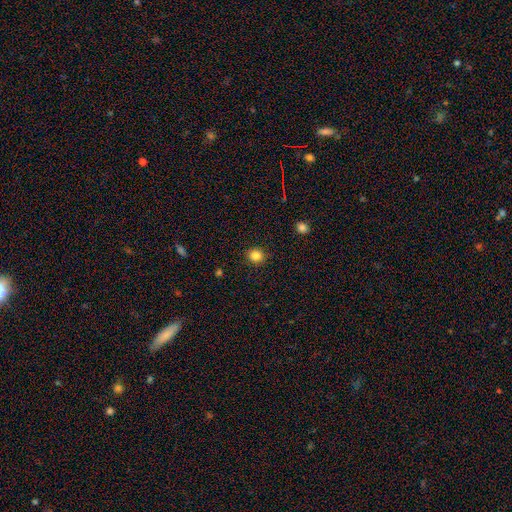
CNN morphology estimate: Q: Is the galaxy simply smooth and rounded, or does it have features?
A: smooth — 84%.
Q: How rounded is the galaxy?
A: round — 80%.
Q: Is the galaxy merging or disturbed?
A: none — 90%.